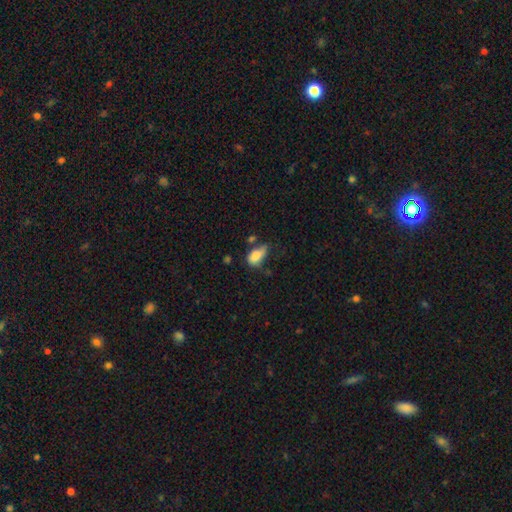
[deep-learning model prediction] Smooth or featured: smooth — 80% (featured or disk — 12%)
How rounded: in between — 89% (round — 8%)
Merging: minor disturbance — 37% (none — 31%)